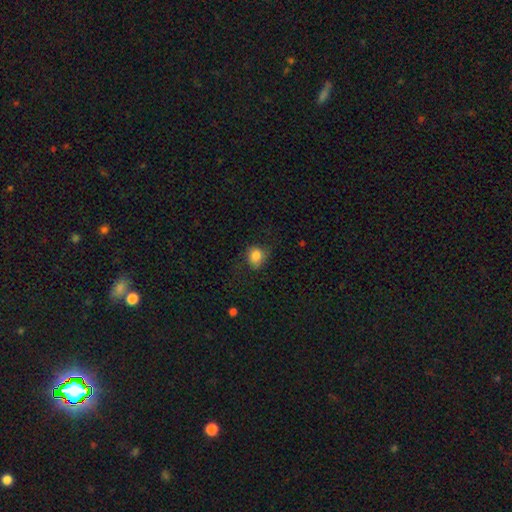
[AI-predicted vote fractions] smooth_or_featured: smooth (p=0.82) [alt: star or artifact p=0.09]
how_rounded: round (p=0.64) [alt: in between p=0.35]
merging: none (p=0.60) [alt: minor disturbance p=0.25]